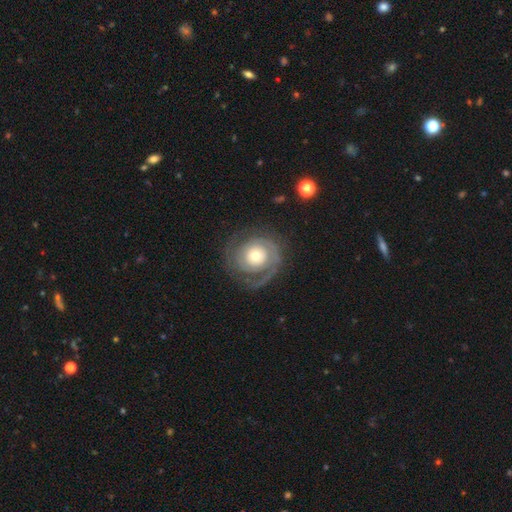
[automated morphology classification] Smooth or featured: featured or disk — 79% (smooth — 16%)
Edge-on disk: no — 97% (yes — 3%)
Bar: no — 82% (weak — 14%)
Spiral arms: yes — 89% (no — 11%)
Spiral winding: tight — 71% (medium — 21%)
Spiral arm count: 2 — 47% (can't tell — 21%)
Bulge size: moderate — 57% (small — 30%)
Merging: none — 75% (minor disturbance — 13%)